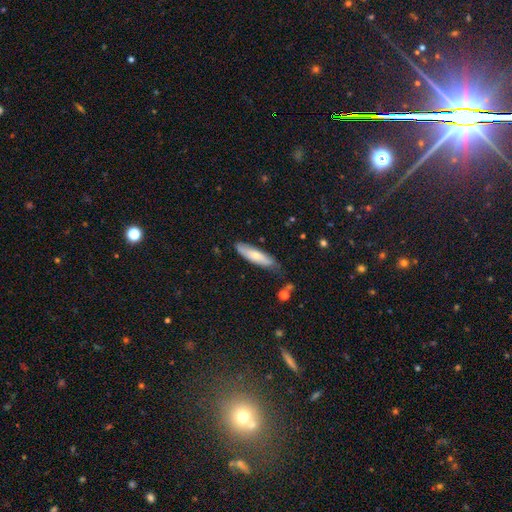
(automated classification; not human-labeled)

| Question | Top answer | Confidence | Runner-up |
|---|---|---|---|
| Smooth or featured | smooth | 65% | featured or disk (30%) |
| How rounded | cigar-shaped | 64% | in between (35%) |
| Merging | none | 71% | minor disturbance (22%) |